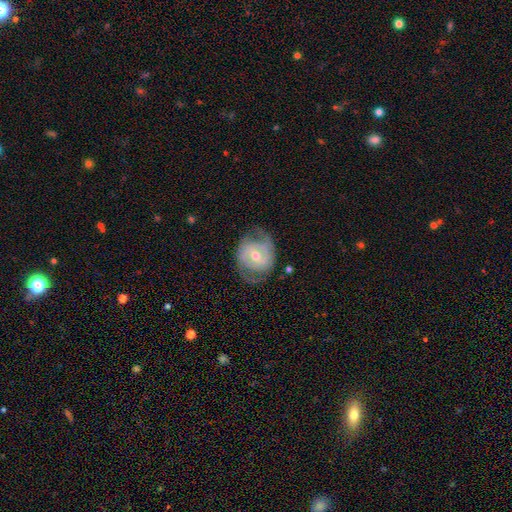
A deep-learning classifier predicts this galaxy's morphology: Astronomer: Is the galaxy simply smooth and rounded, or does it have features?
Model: featured or disk — 80%.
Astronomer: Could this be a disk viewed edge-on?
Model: no — 97%.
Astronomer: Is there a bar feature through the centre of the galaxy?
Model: weak — 43% (runner-up: no, 41%).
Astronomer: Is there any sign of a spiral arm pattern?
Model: yes — 89%.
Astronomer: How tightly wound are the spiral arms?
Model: tight — 42%, tied with medium at 42%.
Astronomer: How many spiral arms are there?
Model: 2 — 78%.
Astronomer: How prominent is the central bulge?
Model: moderate — 63%.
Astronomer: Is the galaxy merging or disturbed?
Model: none — 68%.